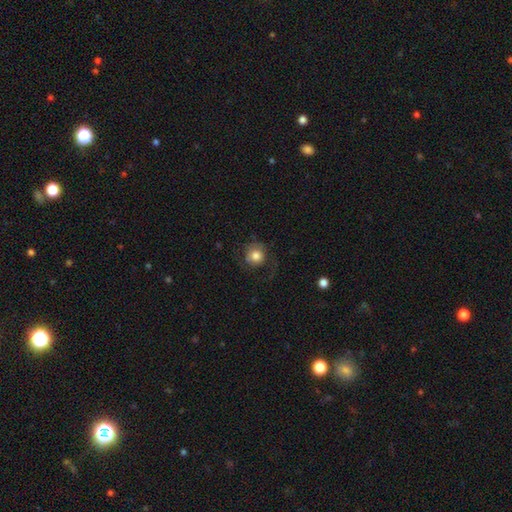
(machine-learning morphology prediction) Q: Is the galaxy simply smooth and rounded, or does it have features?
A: smooth — 76%.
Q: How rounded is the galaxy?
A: round — 88%.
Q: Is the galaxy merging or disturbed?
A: none — 59%.